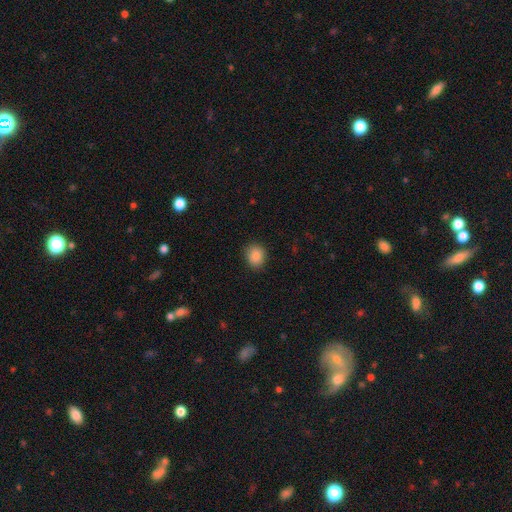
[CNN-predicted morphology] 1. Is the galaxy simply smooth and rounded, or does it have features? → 87% smooth, 9% star or artifact, 4% featured or disk.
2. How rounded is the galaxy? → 64% round, 35% in between, 1% cigar-shaped.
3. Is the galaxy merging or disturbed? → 87% none, 10% minor disturbance, 2% major disturbance, 1% merger.